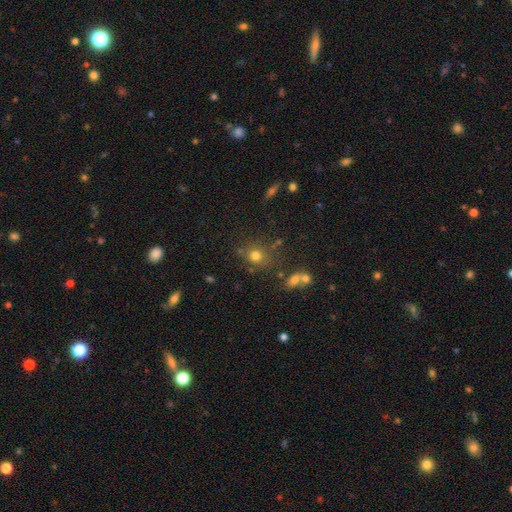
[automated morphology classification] Smooth or featured?
  - smooth: 74% *
  - star or artifact: 17%
  - featured or disk: 9%
How rounded?
  - round: 78% *
  - in between: 21%
  - cigar-shaped: 1%
Merging?
  - none: 72% *
  - minor disturbance: 13%
  - merger: 9%
  - major disturbance: 5%